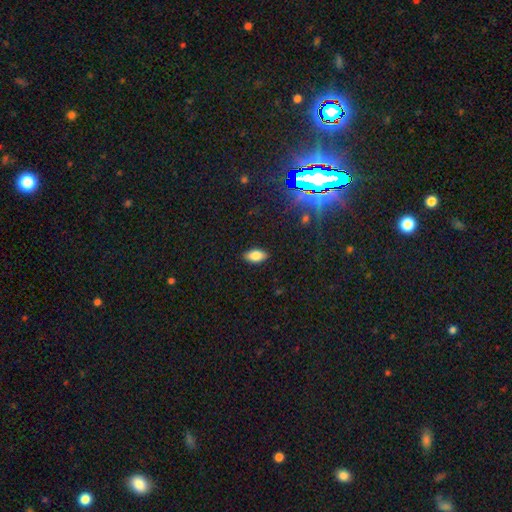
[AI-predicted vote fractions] Smooth or featured: smooth — 82% (star or artifact — 9%)
How rounded: in between — 92% (cigar-shaped — 5%)
Merging: none — 89% (minor disturbance — 8%)